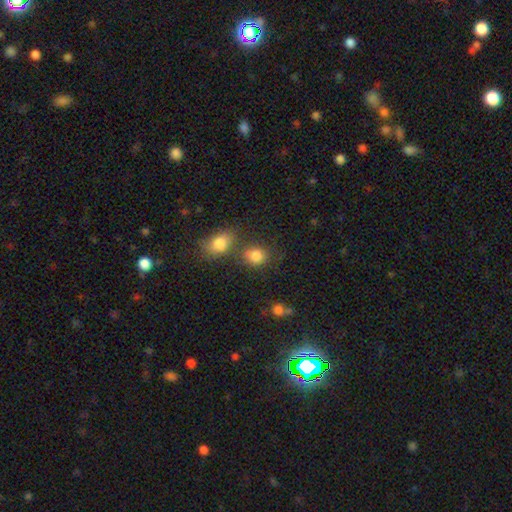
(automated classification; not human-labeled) Morphology: type=smooth (83%); roundness=round (61%); merging=none (61%).